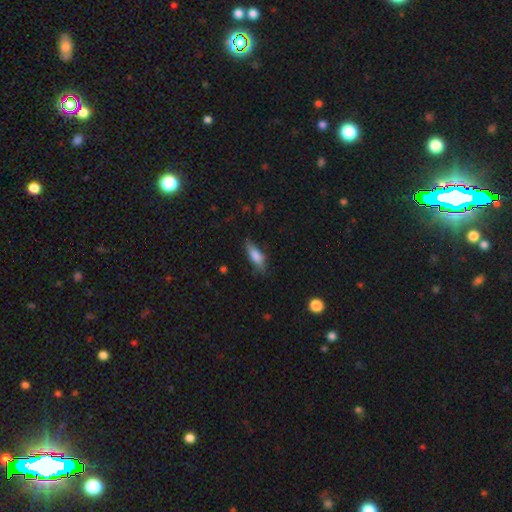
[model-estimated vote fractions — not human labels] Q: Smooth or featured?
A: smooth (78%); runner-up: featured or disk (15%)
Q: How rounded?
A: in between (59%); runner-up: cigar-shaped (39%)
Q: Merging?
A: none (75%); runner-up: minor disturbance (20%)